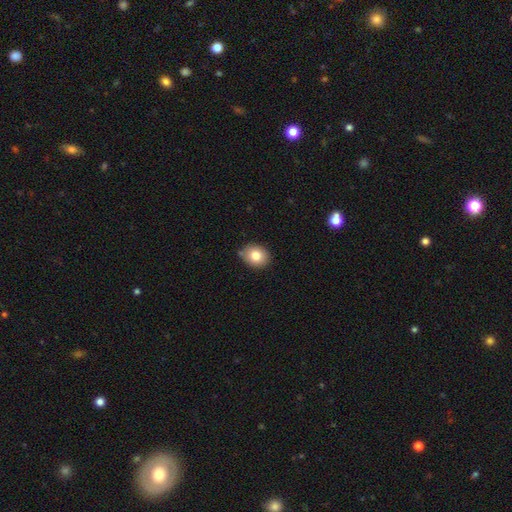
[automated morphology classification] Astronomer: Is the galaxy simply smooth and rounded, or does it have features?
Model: smooth — 81%.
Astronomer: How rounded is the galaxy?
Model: round — 51% (runner-up: in between, 48%).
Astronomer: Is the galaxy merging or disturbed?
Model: none — 82%.